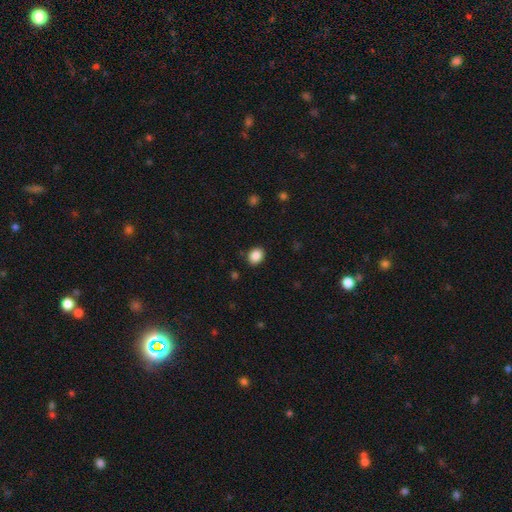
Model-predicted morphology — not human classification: Smooth or featured: smooth — 88% (star or artifact — 9%)
How rounded: in between — 58% (round — 41%)
Merging: none — 88% (minor disturbance — 9%)